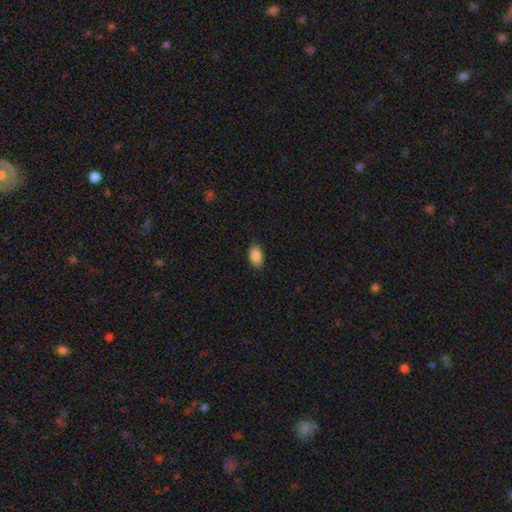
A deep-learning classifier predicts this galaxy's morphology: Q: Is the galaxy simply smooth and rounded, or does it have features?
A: smooth — 89%.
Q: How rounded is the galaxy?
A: in between — 92%.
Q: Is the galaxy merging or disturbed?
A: none — 85%.